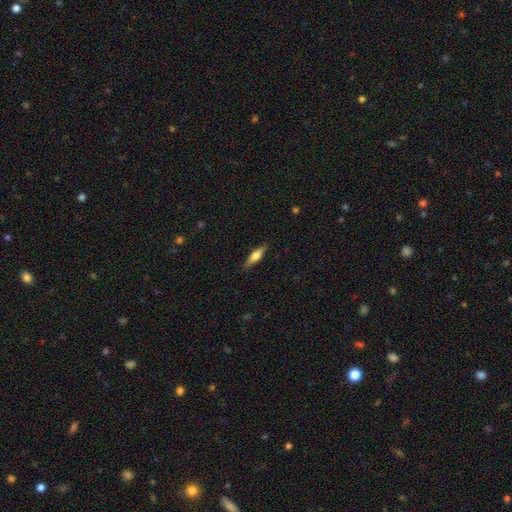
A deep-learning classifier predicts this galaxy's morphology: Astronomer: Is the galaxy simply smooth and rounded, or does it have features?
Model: featured or disk — 49% (runner-up: smooth, 45%).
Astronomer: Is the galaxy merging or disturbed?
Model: none — 88%.